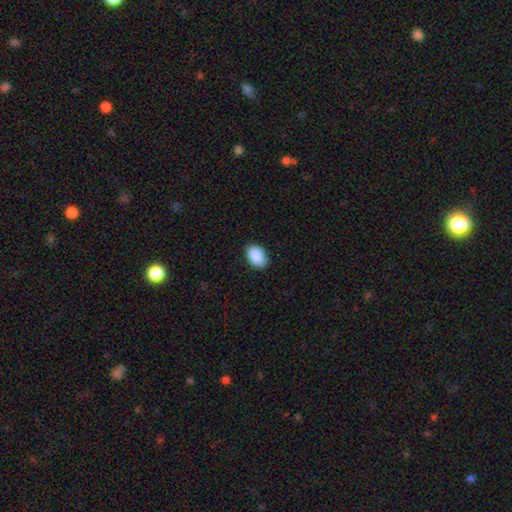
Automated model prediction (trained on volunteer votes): A smooth galaxy with no disk features (90%) that is in between round and cigar-shaped (85%).

Vote fractions:
- Smooth or featured? smooth: 90% / star or artifact: 7% / featured or disk: 3%
- How rounded? in between: 85% / round: 14% / cigar-shaped: 1%
- Merging? none: 85% / minor disturbance: 12% / major disturbance: 2% / merger: 1%